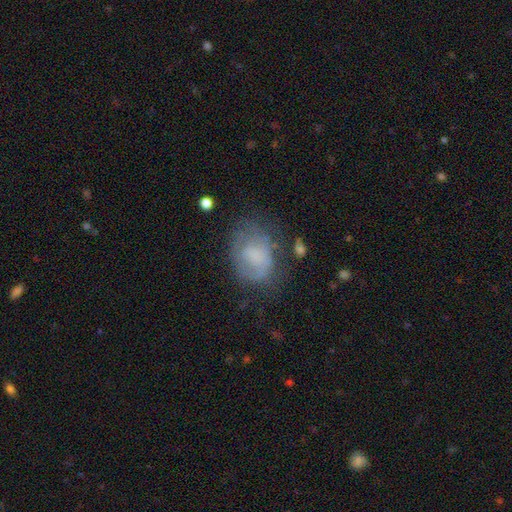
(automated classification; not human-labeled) smooth-or-featured: smooth: 56% | featured or disk: 33% | star or artifact: 11%
  how-rounded: in between: 68% | round: 31% | cigar-shaped: 1%
  merging: none: 53% | minor disturbance: 26% | major disturbance: 18% | merger: 3%